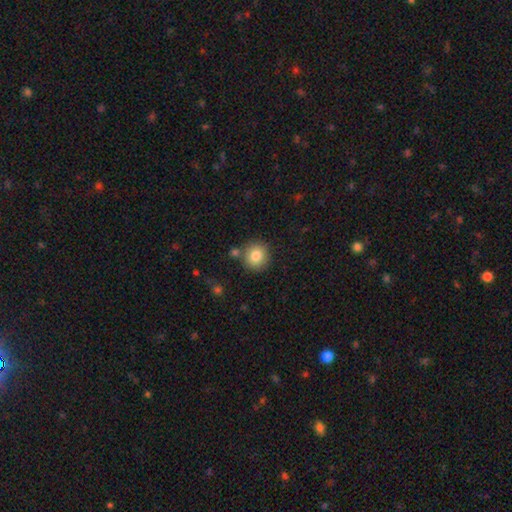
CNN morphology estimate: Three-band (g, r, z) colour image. It shows a smooth galaxy with no disk features (83%) that is round (91%). Merging: none (79%).